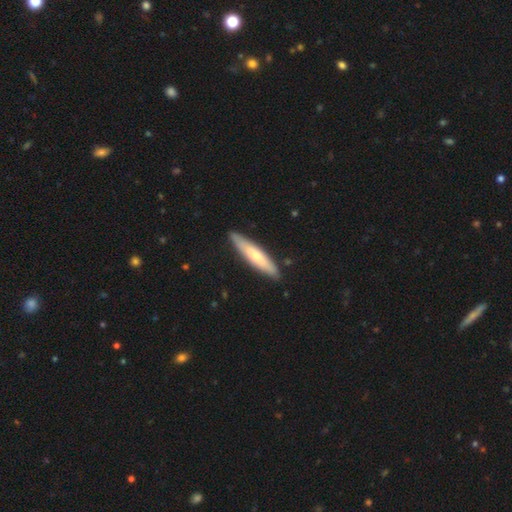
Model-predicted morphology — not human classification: This appears to be a smooth galaxy with no disk features (59%) that is cigar-shaped (86%). Merging: none (88%).